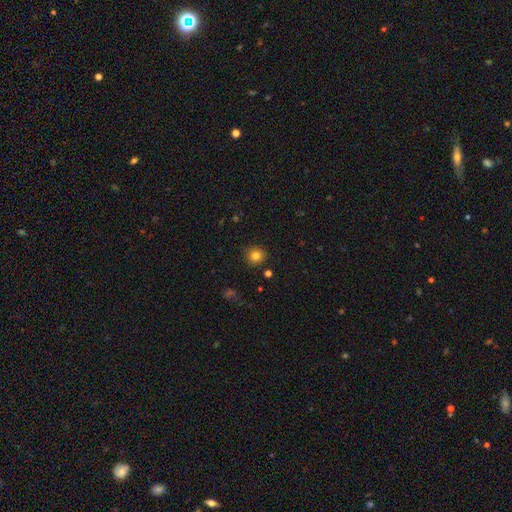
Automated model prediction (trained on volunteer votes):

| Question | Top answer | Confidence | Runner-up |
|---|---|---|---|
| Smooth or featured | smooth | 81% | star or artifact (12%) |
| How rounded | round | 91% | in between (8%) |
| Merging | none | 87% | minor disturbance (10%) |